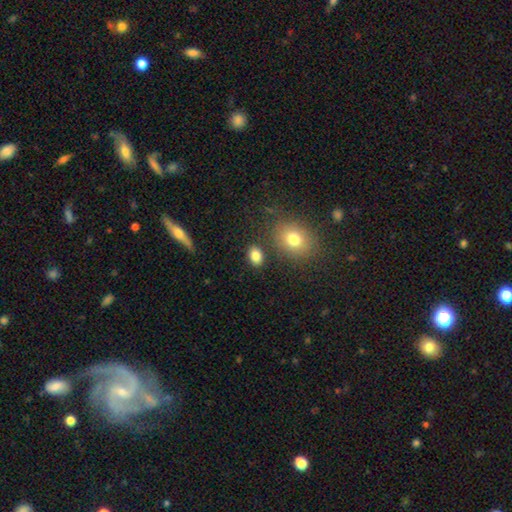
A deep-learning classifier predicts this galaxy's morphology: This is clearly a smooth galaxy (84%). How rounded: likely in between (75%). Merging: clearly none (83%).